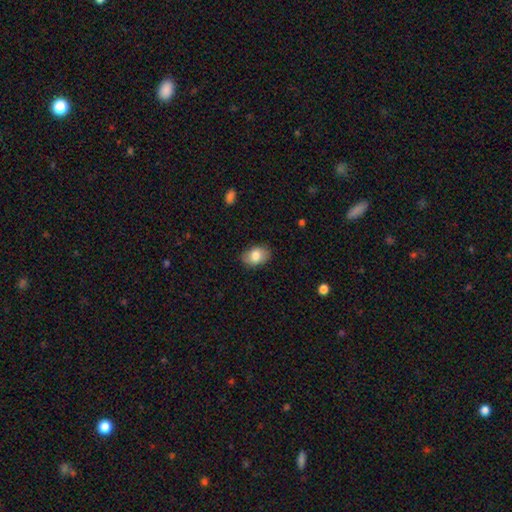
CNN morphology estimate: A smooth galaxy with no disk features (81%) that is in between round and cigar-shaped (84%). Merging: none (85%).